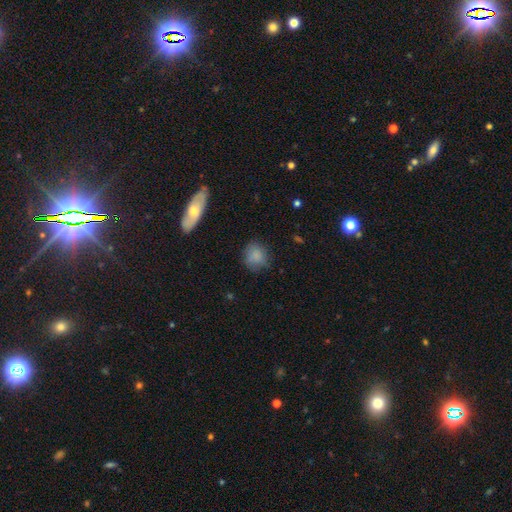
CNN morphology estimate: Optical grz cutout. It shows a smooth galaxy with no disk features (84%) that is round (76%). Merging: none (76%).